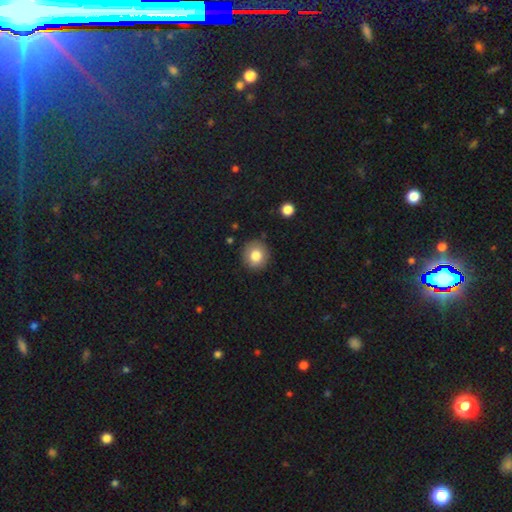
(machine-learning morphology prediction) A smooth galaxy with no disk features (81%) that is round (87%). Merging: none (87%).